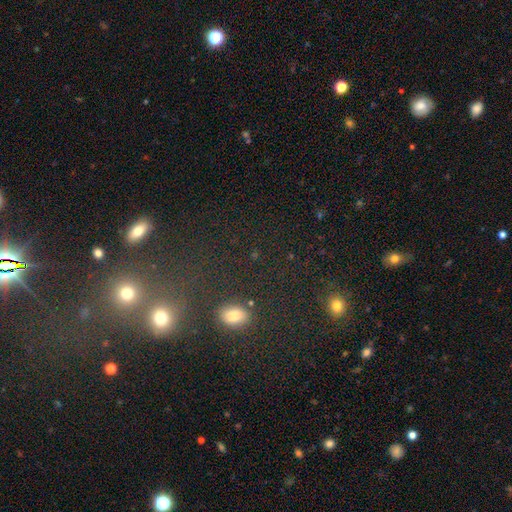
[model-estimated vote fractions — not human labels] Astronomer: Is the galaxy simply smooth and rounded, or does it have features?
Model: star or artifact — 55% (runner-up: smooth, 36%).